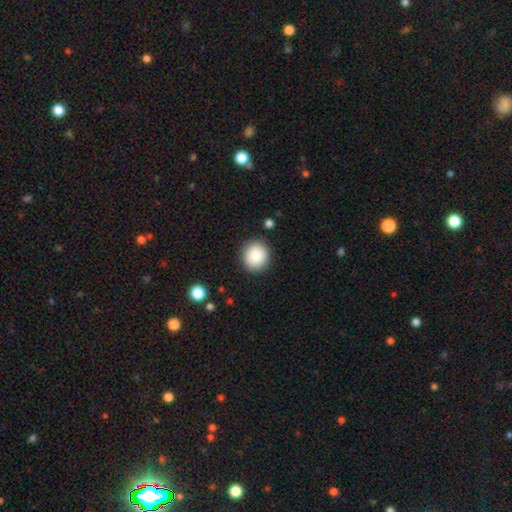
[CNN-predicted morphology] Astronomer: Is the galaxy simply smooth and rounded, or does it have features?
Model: smooth — 87%.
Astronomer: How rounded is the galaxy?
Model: round — 84%.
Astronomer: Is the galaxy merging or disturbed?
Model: none — 88%.